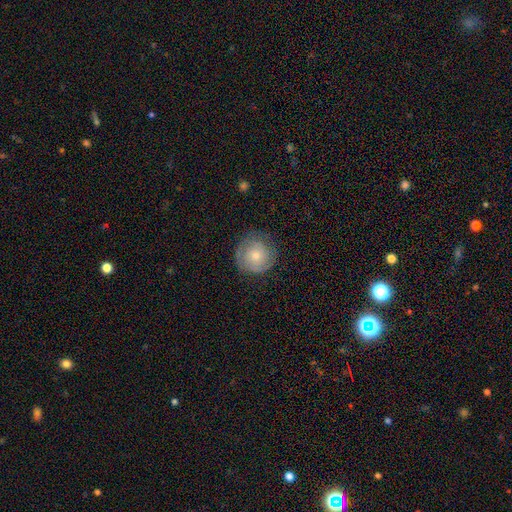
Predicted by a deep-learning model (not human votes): This is possibly a smooth galaxy (53%). How rounded: clearly round (93%). Merging: likely none (74%).